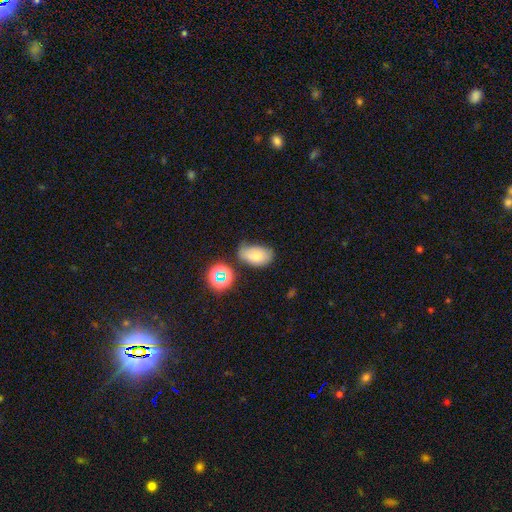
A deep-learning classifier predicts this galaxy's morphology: smooth-or-featured: smooth: 73% | star or artifact: 13% | featured or disk: 13%
  how-rounded: in between: 89% | round: 9% | cigar-shaped: 1%
  merging: none: 55% | minor disturbance: 30% | major disturbance: 8% | merger: 7%